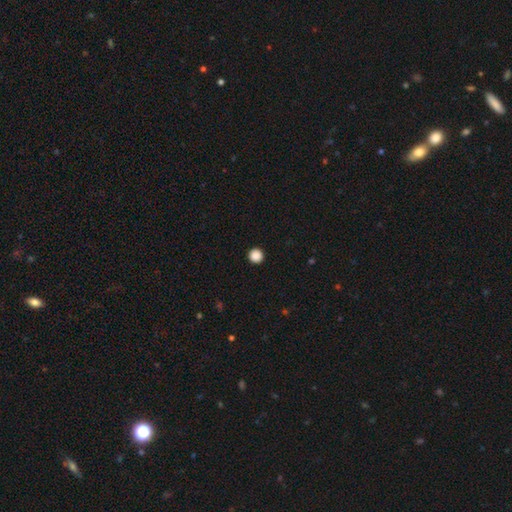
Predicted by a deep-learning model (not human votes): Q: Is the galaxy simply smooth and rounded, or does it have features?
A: smooth — 88%.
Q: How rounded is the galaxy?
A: round — 97%.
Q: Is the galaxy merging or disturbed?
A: none — 94%.